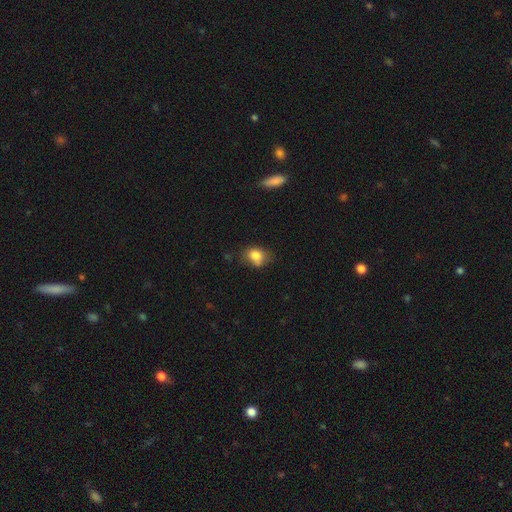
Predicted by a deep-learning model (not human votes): Overall: smooth (79%). How rounded: in between (58%; round 41%). Merging: none (54%; minor disturbance 30%).